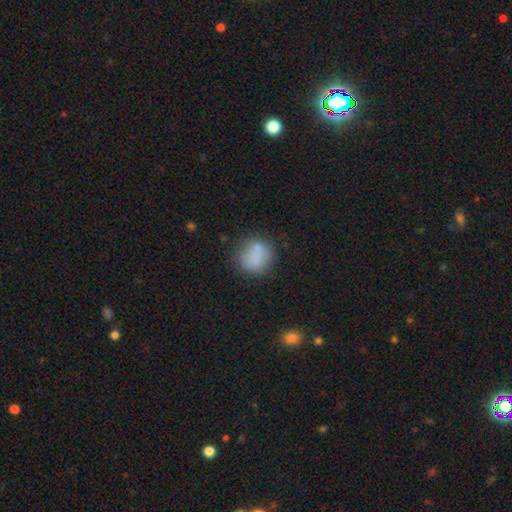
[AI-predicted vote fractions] Smooth or featured?
  - smooth: 78% *
  - featured or disk: 13%
  - star or artifact: 10%
How rounded?
  - round: 82% *
  - in between: 17%
  - cigar-shaped: 1%
Merging?
  - none: 61% *
  - minor disturbance: 17%
  - merger: 15%
  - major disturbance: 6%